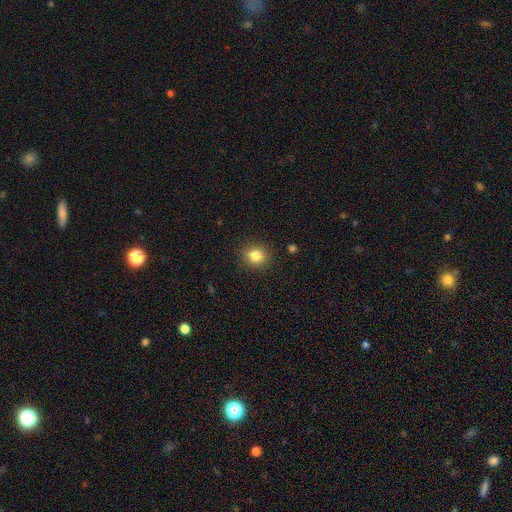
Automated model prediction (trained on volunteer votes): A smooth galaxy with no disk features (83%) that is round (83%). Merging: none (90%).